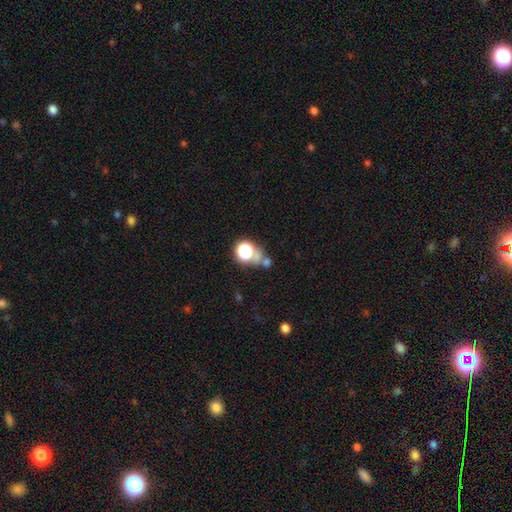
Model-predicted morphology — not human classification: smooth 46%, star or artifact 44%, featured or disk 10%. Down the decision tree: merging — none (56%).